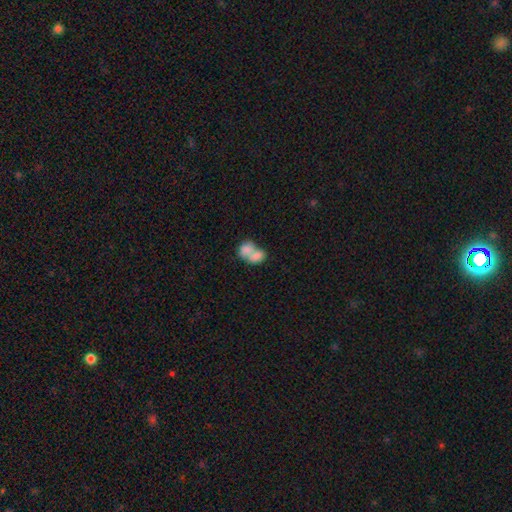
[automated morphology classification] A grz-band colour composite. It shows a smooth galaxy with no disk features (76%) that is in between round and cigar-shaped (67%). Merging: merger (76%).